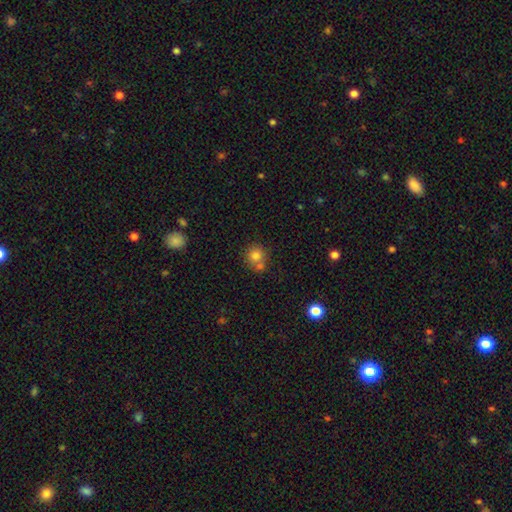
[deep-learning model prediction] smooth_or_featured: smooth (p=0.79) [alt: star or artifact p=0.11]
how_rounded: round (p=0.87) [alt: in between p=0.12]
merging: none (p=0.55) [alt: merger p=0.30]